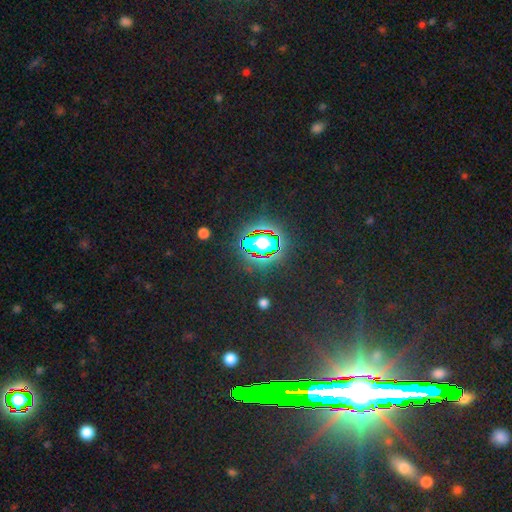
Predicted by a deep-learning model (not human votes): The model was most divided on "smooth or featured": star or artifact: 84%, featured or disk: 8%, smooth: 8%.